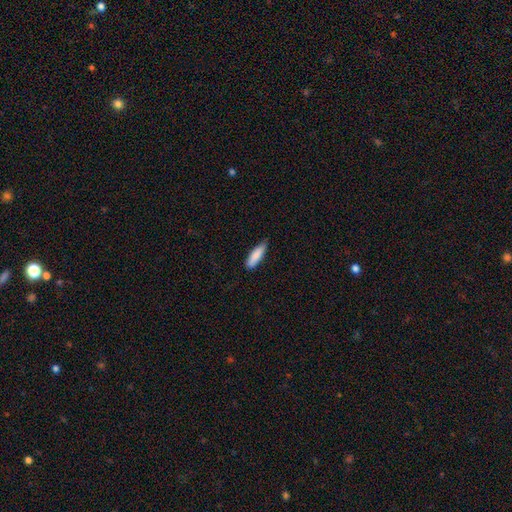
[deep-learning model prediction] Overall: smooth (86%). How rounded: cigar-shaped (60%; in between 38%). Merging: none (72%).